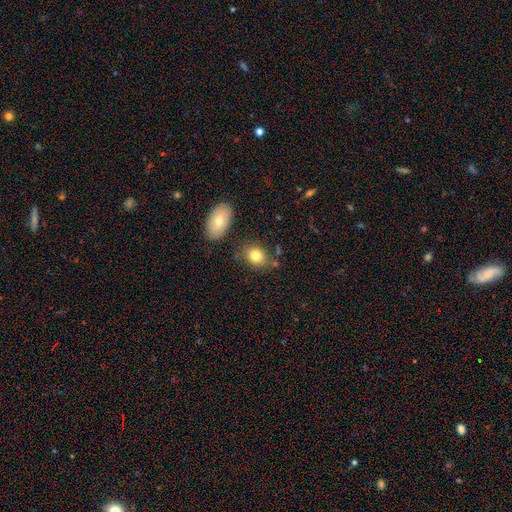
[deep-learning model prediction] smooth 79%, featured or disk 11%, star or artifact 9%. Down the decision tree: how rounded — in between (56%); merging — none (71%).